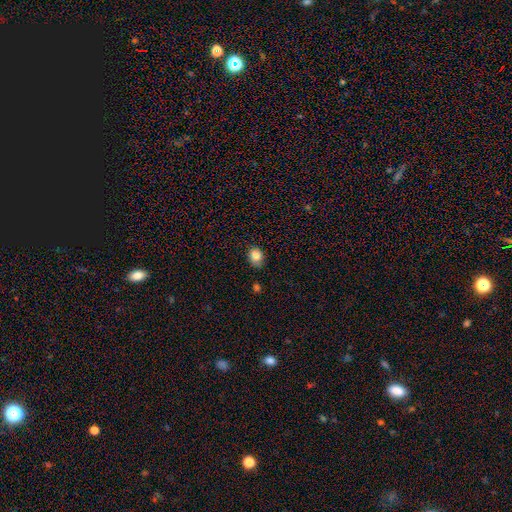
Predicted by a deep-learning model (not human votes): smooth 84%, star or artifact 10%, featured or disk 6%. Down the decision tree: how rounded — in between (49%, tied with round); merging — none (72%).